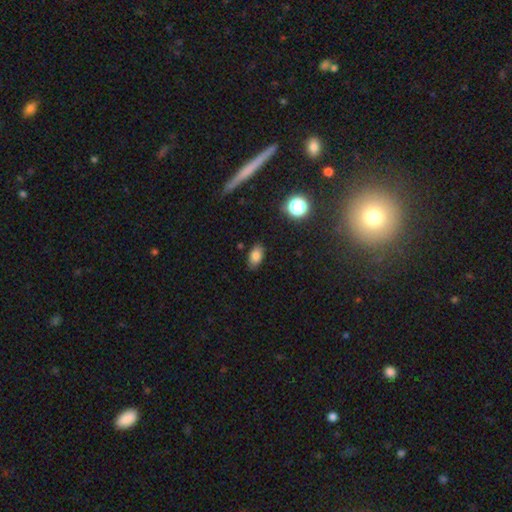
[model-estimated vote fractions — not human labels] This appears to be a smooth galaxy with no disk features (81%) that is in between round and cigar-shaped (90%). Merging: none (85%).